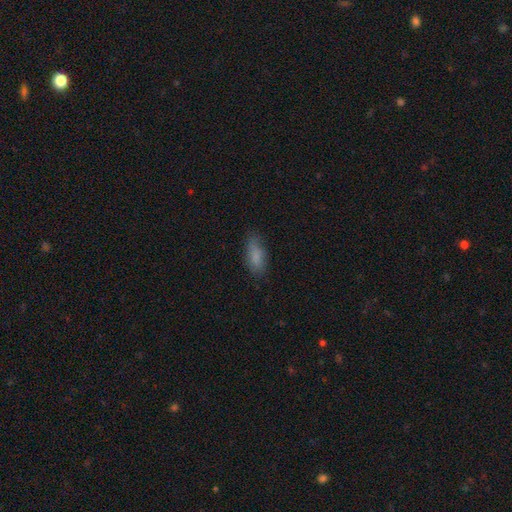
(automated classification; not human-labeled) smooth_or_featured: smooth (p=0.82) [alt: featured or disk p=0.10]
how_rounded: in between (p=0.78) [alt: cigar-shaped p=0.20]
merging: none (p=0.72) [alt: minor disturbance p=0.21]